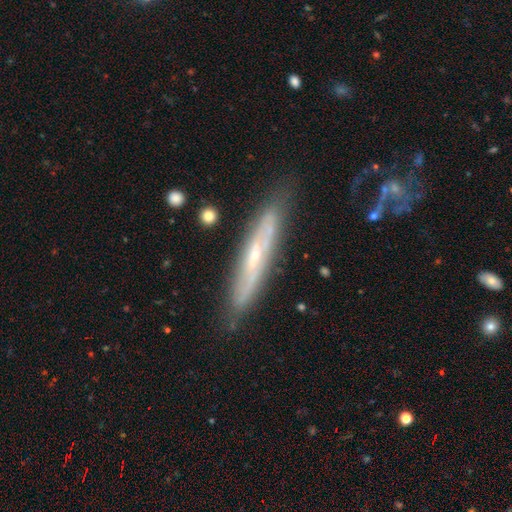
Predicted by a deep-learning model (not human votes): smooth_or_featured: featured or disk (p=0.66) [alt: smooth p=0.27]
disk_edge_on: yes (p=0.69) [alt: no p=0.31]
merging: none (p=0.79) [alt: minor disturbance p=0.15]